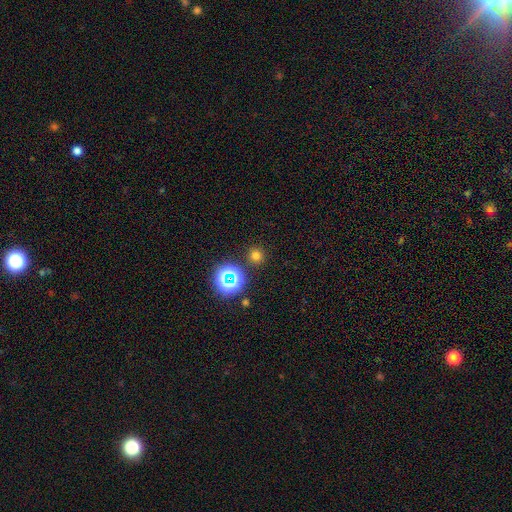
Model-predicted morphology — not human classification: Smooth or featured?
  - smooth: 69% *
  - star or artifact: 25%
  - featured or disk: 6%
How rounded?
  - round: 94% *
  - in between: 5%
  - cigar-shaped: 1%
Merging?
  - none: 89% *
  - minor disturbance: 6%
  - major disturbance: 3%
  - merger: 2%